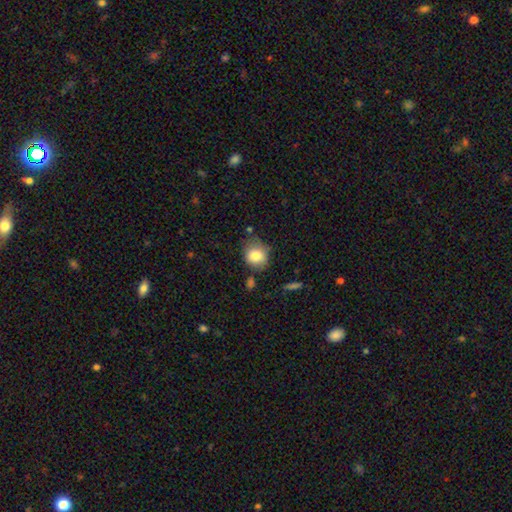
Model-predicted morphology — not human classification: smooth-or-featured: smooth: 81% | featured or disk: 10% | star or artifact: 9%
  how-rounded: round: 69% | in between: 30% | cigar-shaped: 1%
  merging: none: 61% | minor disturbance: 25% | major disturbance: 7% | merger: 6%